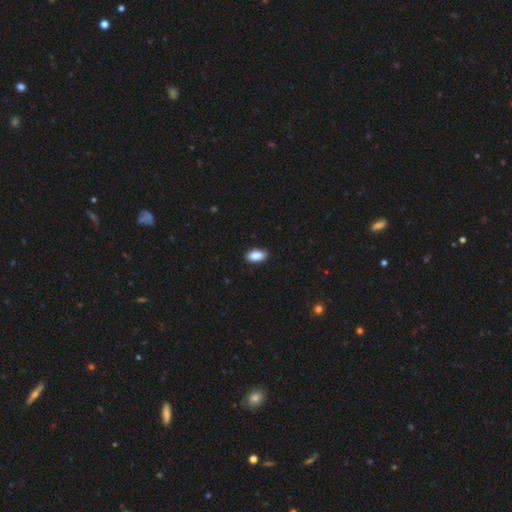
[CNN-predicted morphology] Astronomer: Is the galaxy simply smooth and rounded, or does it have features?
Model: smooth — 87%.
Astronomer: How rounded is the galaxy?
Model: in between — 92%.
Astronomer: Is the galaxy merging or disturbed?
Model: none — 86%.